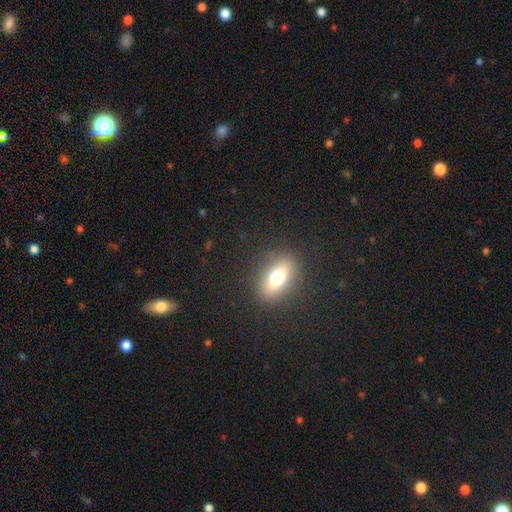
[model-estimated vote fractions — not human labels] smooth-or-featured: smooth: 56% | star or artifact: 22% | featured or disk: 22%
  how-rounded: in between: 71% | round: 16% | cigar-shaped: 12%
  merging: none: 90% | minor disturbance: 6% | major disturbance: 3% | merger: 1%